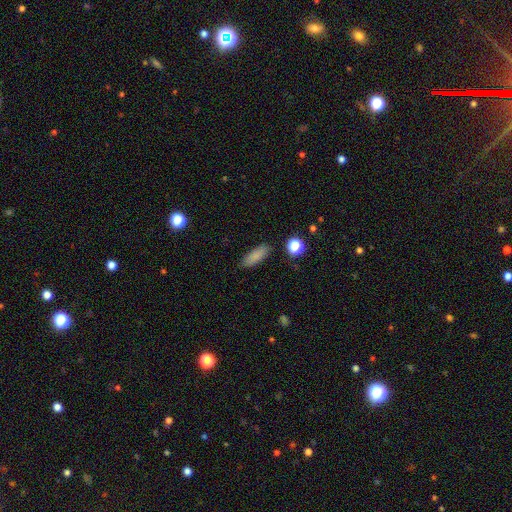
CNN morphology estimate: Smooth or featured? smooth (83%)
How rounded? in between (57%)
Merging? none (86%)